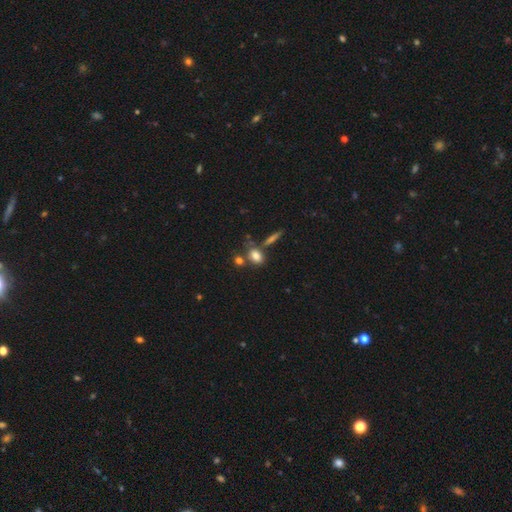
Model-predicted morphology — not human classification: Smooth or featured? smooth (79%)
How rounded? in between (63%)
Merging? none (59%)